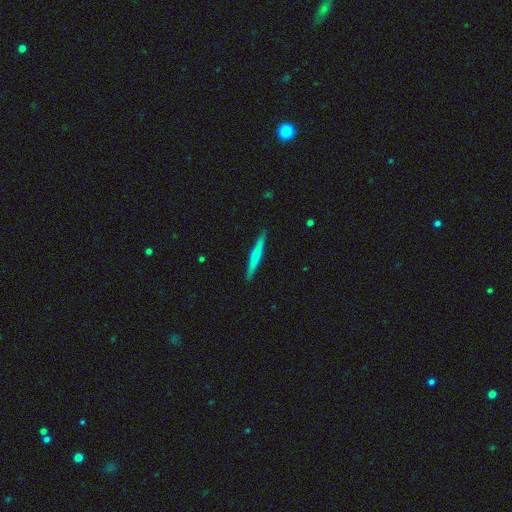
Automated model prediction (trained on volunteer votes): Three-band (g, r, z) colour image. It shows a smooth galaxy with no disk features (58%) that is cigar-shaped (96%). Merging: none (91%).